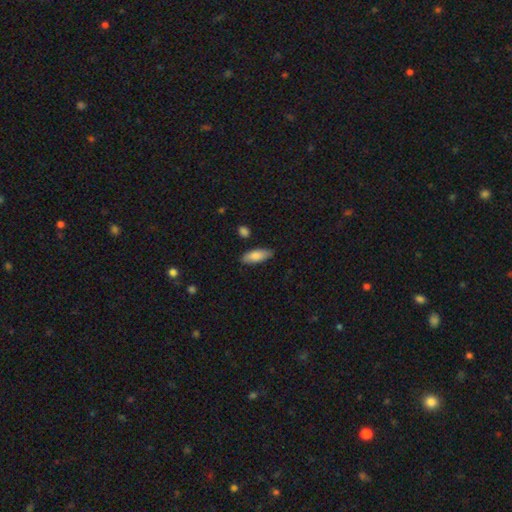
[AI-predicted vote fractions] A smooth galaxy with no disk features (83%) that is in between round and cigar-shaped (74%). Merging: none (82%).